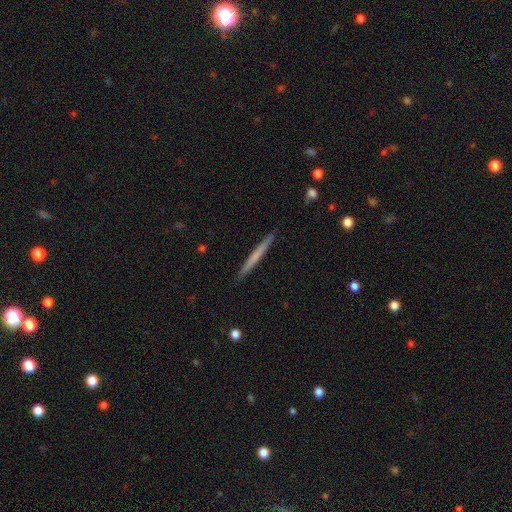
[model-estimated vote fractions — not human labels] The model was most divided on "smooth or featured": smooth: 58%, featured or disk: 37%, star or artifact: 5%. More confident: how rounded — cigar-shaped (97%); merging — none (92%).